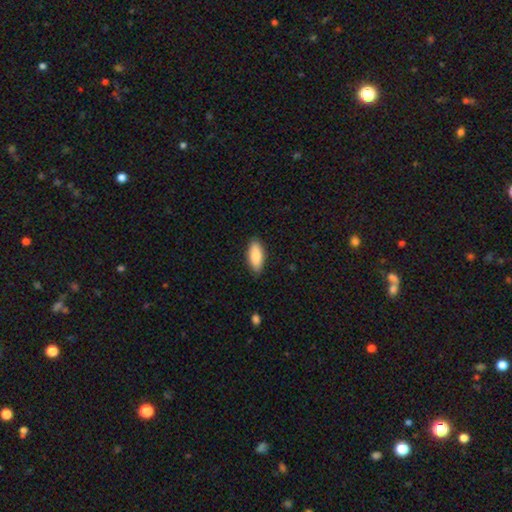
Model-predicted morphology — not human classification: A smooth galaxy with no disk features (86%) that is in between round and cigar-shaped (82%). Merging: none (86%).